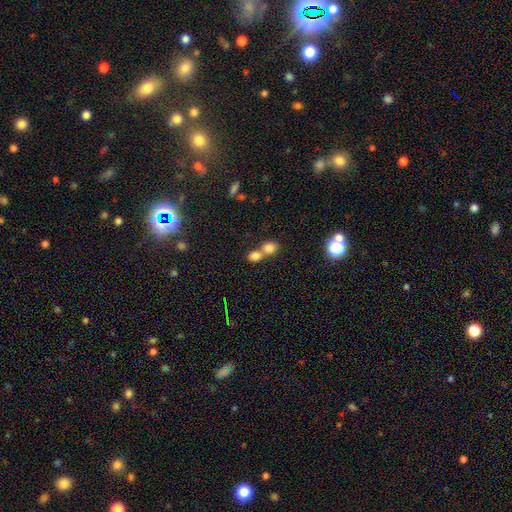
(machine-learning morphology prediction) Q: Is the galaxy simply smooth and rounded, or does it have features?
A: smooth — 79%.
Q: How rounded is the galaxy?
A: round — 57%.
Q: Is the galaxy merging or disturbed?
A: merger — 63%.